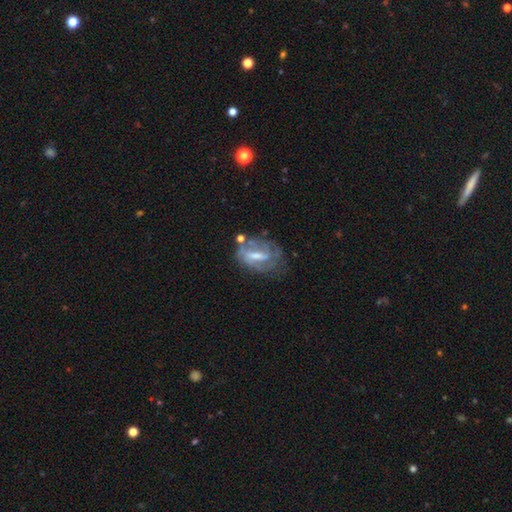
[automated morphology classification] A featured or disk galaxy (67%) with a weak bar (44%), spiral arms (64%) and a moderate central bulge (45%). Merging: none (48%).